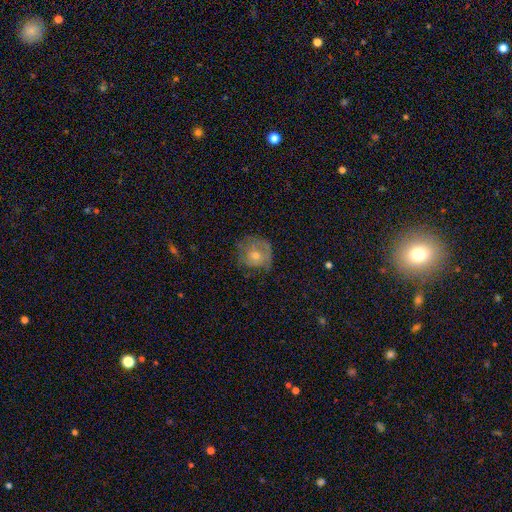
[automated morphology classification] smooth_or_featured: featured or disk (p=0.46) [alt: smooth p=0.44]
merging: none (p=0.62) [alt: minor disturbance p=0.24]